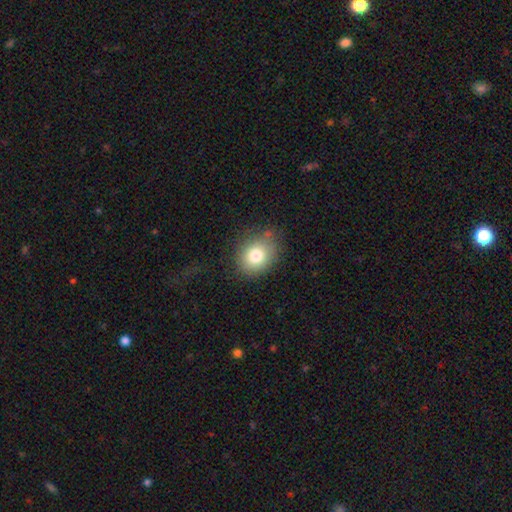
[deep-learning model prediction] smooth_or_featured: smooth (p=0.79) [alt: star or artifact p=0.11]
how_rounded: round (p=0.56) [alt: in between p=0.43]
merging: none (p=0.76) [alt: minor disturbance p=0.16]